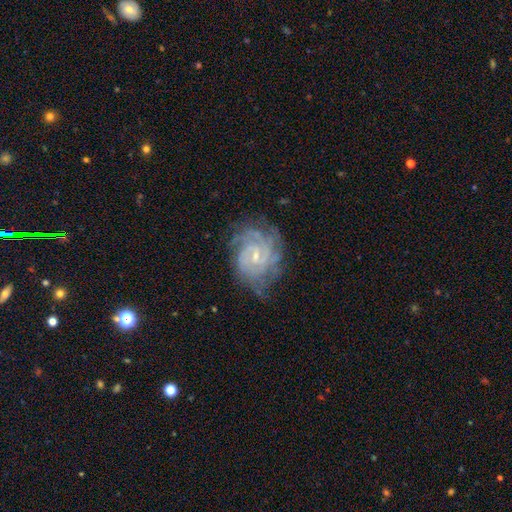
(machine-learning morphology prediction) This appears to be a featured or disk galaxy (86%) with no bar (47%), tight (73%) spiral arms (97%) and a small central bulge (71%). Merging: none (71%).